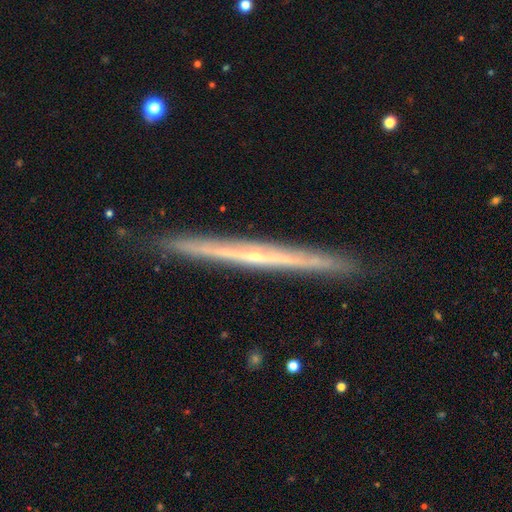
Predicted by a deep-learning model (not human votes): This appears to be a featured or disk galaxy (79%) viewed edge-on (97%) with no central bulge (53%). Merging: none (90%).